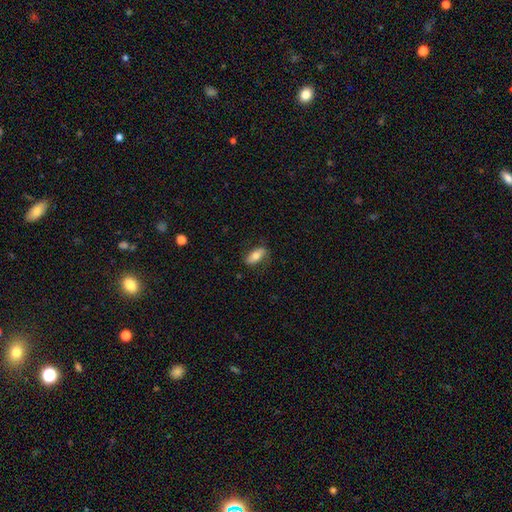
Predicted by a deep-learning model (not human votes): smooth_or_featured: smooth (p=0.67) [alt: featured or disk p=0.27]
how_rounded: in between (p=0.83) [alt: cigar-shaped p=0.14]
merging: none (p=0.74) [alt: minor disturbance p=0.19]